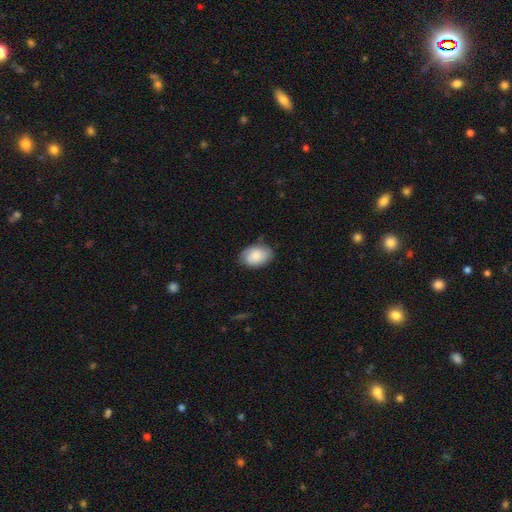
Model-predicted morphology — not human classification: A smooth galaxy with no disk features (75%) that is in between round and cigar-shaped (85%).

Vote fractions:
- Smooth or featured? smooth: 75% / featured or disk: 18% / star or artifact: 7%
- How rounded? in between: 85% / round: 14% / cigar-shaped: 1%
- Merging? none: 72% / minor disturbance: 23% / major disturbance: 5% / merger: 1%